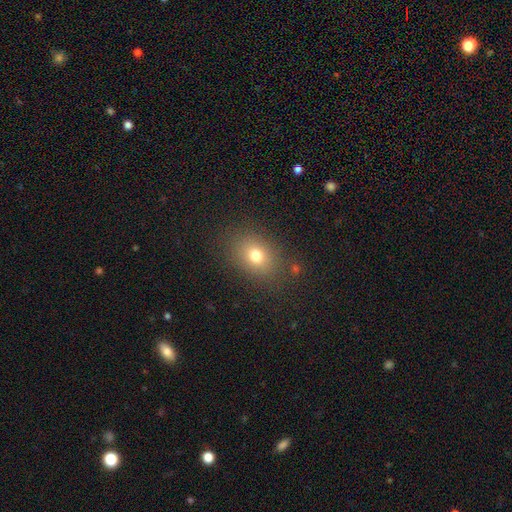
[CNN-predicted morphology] smooth 75%, star or artifact 15%, featured or disk 11%. Down the decision tree: how rounded — in between (54%); merging — none (84%).